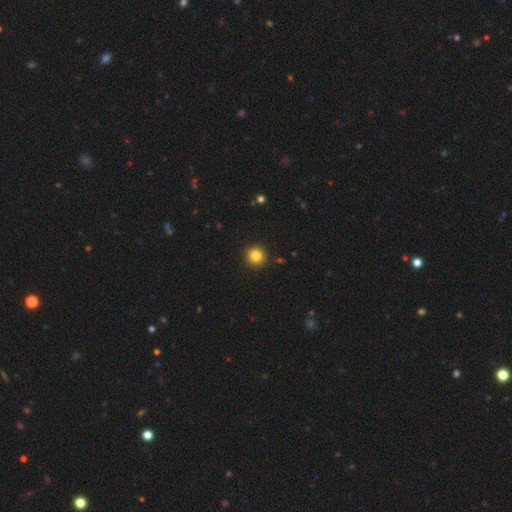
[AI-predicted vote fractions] The model was most divided on "smooth or featured": smooth: 83%, star or artifact: 11%, featured or disk: 6%. More confident: how rounded — round (95%); merging — none (92%).